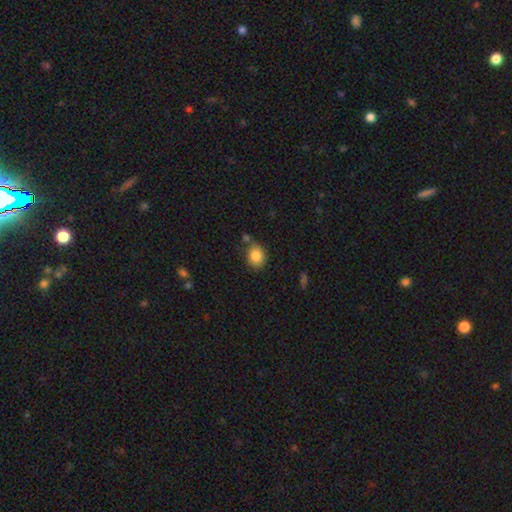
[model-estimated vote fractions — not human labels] Overall: smooth (85%). How rounded: round (58%; in between 41%). Merging: none (68%).